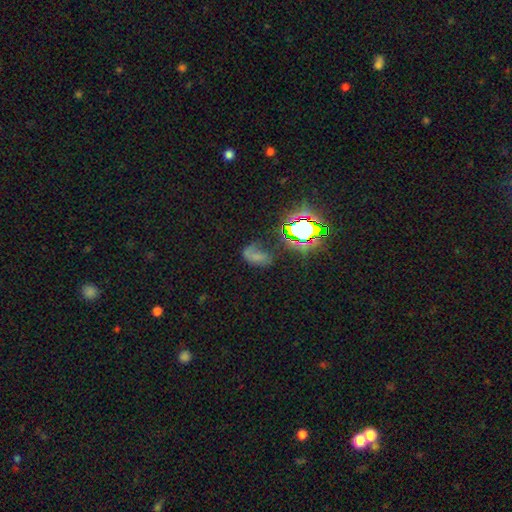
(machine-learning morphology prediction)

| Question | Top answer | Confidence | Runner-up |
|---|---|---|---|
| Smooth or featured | smooth | 42% | star or artifact (31%) |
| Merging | none | 37% | major disturbance (32%) |